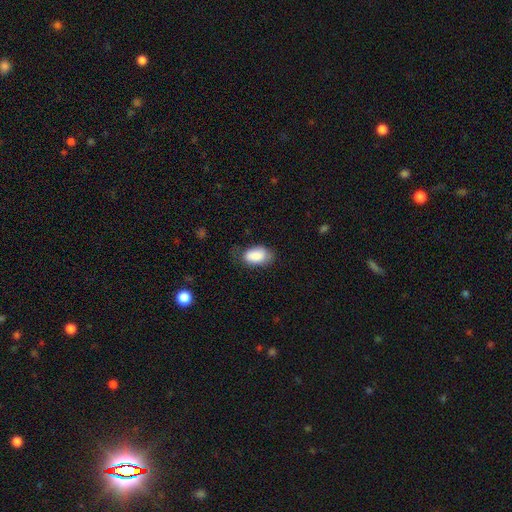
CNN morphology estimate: Overall: smooth (87%). How rounded: in between (93%). Merging: none (60%; minor disturbance 28%).